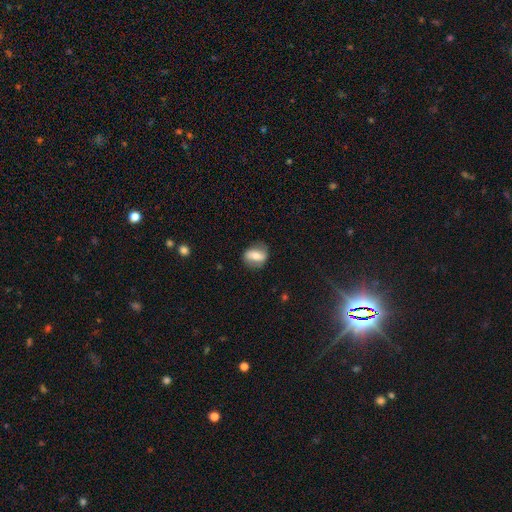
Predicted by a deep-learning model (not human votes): This is possibly a smooth galaxy (57%). How rounded: likely in between (66%). Merging: likely none (76%).